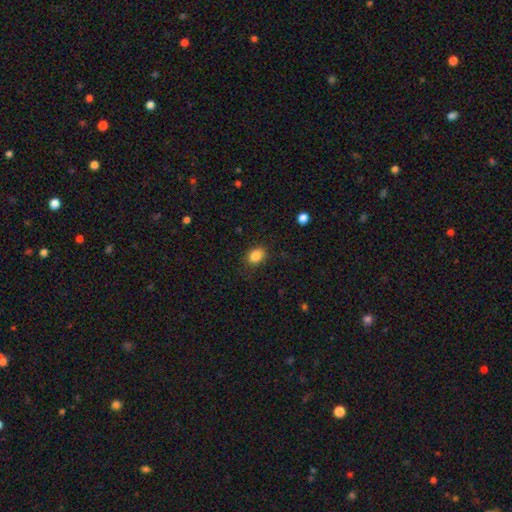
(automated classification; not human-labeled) Smooth or featured? smooth (86%)
How rounded? in between (65%)
Merging? none (82%)